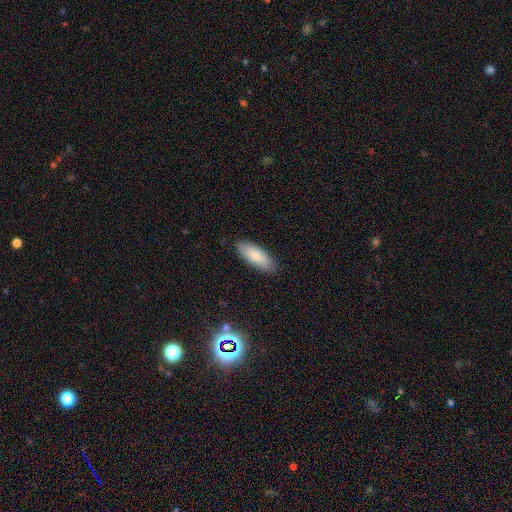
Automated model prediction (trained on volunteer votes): Smooth or featured? smooth (83%)
How rounded? in between (70%)
Merging? none (88%)